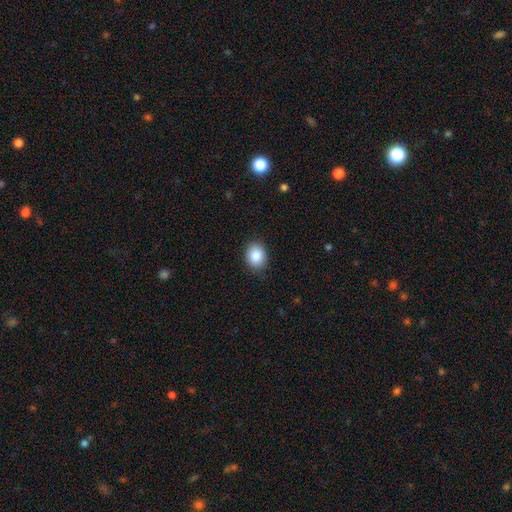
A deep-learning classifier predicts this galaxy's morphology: Smooth or featured? smooth (87%)
How rounded? in between (53%)
Merging? none (85%)